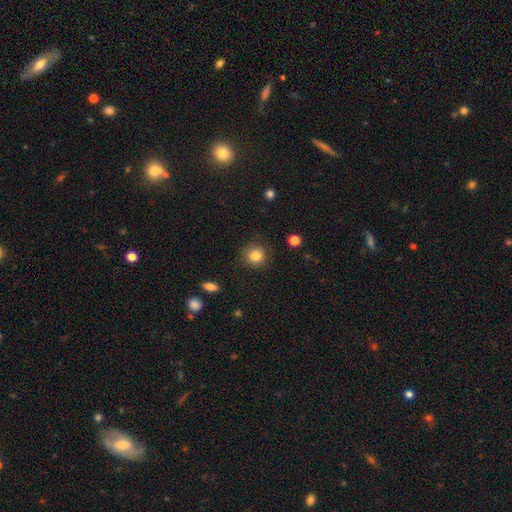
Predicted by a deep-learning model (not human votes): The model was most divided on "how rounded": round: 83%, in between: 16%, cigar-shaped: 1%. More confident: merging — none (86%); smooth or featured — smooth (83%).